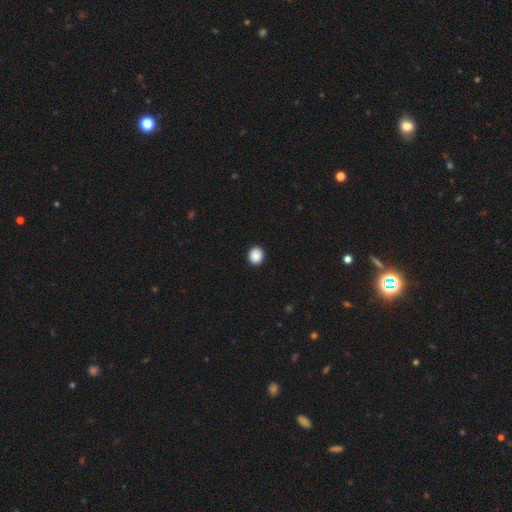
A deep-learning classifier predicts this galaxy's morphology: A smooth galaxy with no disk features (89%) that is round (79%). Merging: none (92%).